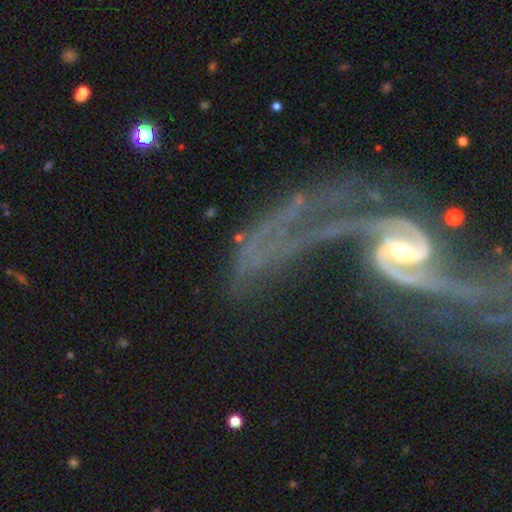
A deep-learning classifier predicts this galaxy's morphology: Smooth or featured? featured or disk (87%)
Edge-on disk? no (96%)
Bar? weak (36%)
Spiral arms? yes (92%)
Spiral winding? loose (46%)
Spiral arm count? 2 (74%)
Bulge size? small (50%)
Merging? major disturbance (40%)